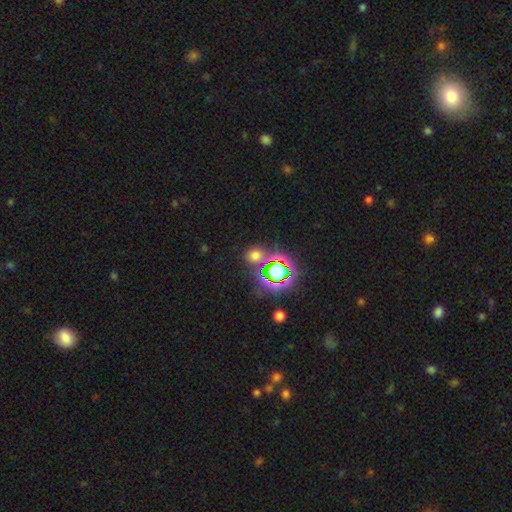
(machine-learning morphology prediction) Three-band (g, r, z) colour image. It shows a smooth galaxy with no disk features (53%) that is round (74%). Merging: none (77%).